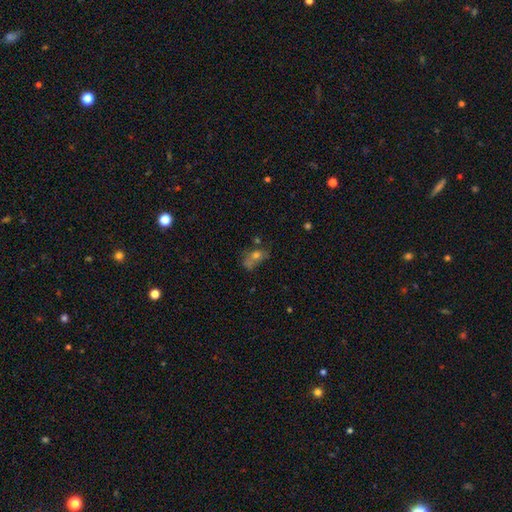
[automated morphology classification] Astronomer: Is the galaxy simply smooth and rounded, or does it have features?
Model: smooth — 46% (runner-up: featured or disk, 30%).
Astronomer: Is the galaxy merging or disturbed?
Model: none — 40% (runner-up: merger, 22%).